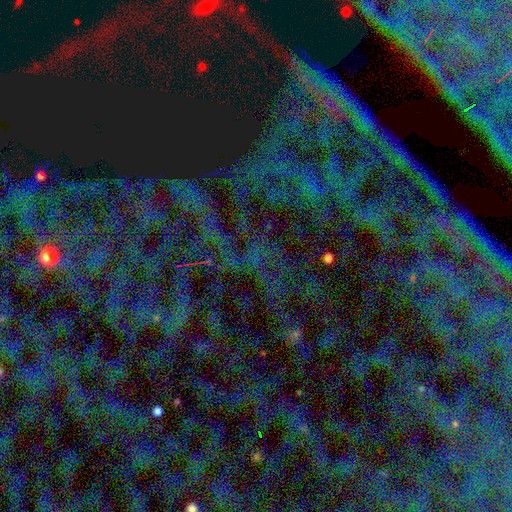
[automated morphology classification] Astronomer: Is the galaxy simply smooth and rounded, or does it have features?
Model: star or artifact — 78%.